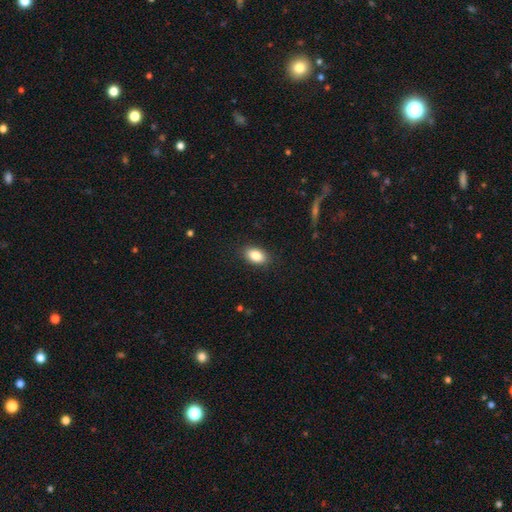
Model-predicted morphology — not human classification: smooth_or_featured: smooth (p=0.86) [alt: star or artifact p=0.08]
how_rounded: in between (p=0.89) [alt: round p=0.09]
merging: none (p=0.88) [alt: minor disturbance p=0.09]